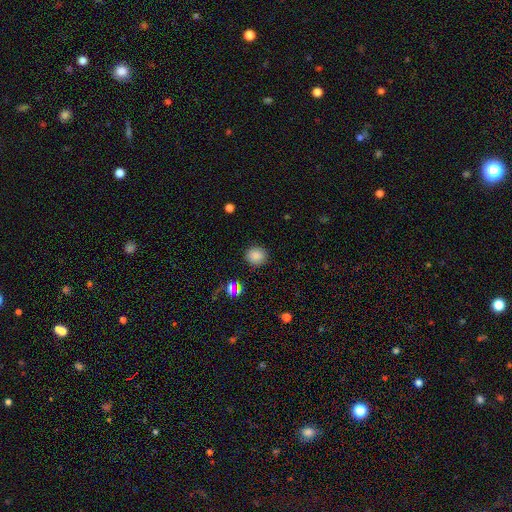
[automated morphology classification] Smooth or featured: smooth — 84% (star or artifact — 12%)
How rounded: round — 86% (in between — 13%)
Merging: none — 90% (minor disturbance — 6%)